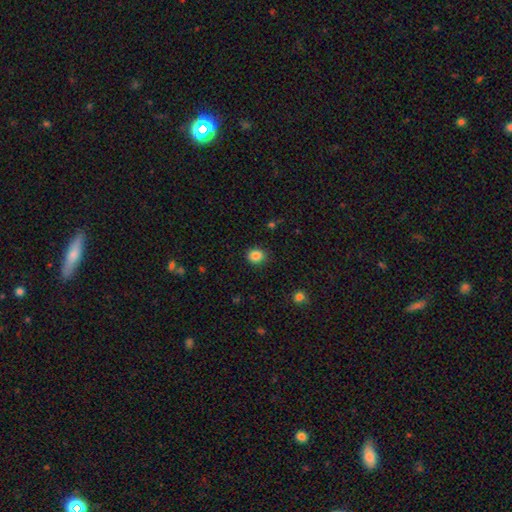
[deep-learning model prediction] smooth-or-featured: smooth: 86% | star or artifact: 11% | featured or disk: 4%
  how-rounded: round: 80% | in between: 19% | cigar-shaped: 1%
  merging: none: 87% | minor disturbance: 9% | major disturbance: 2% | merger: 1%